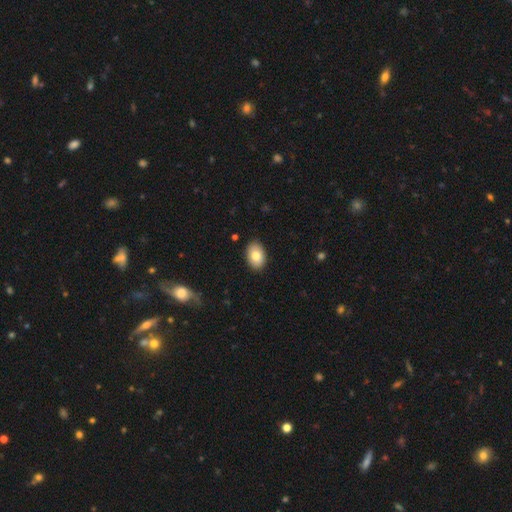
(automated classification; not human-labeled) smooth_or_featured: smooth (p=0.80) [alt: featured or disk p=0.13]
how_rounded: in between (p=0.84) [alt: round p=0.15]
merging: none (p=0.89) [alt: minor disturbance p=0.08]